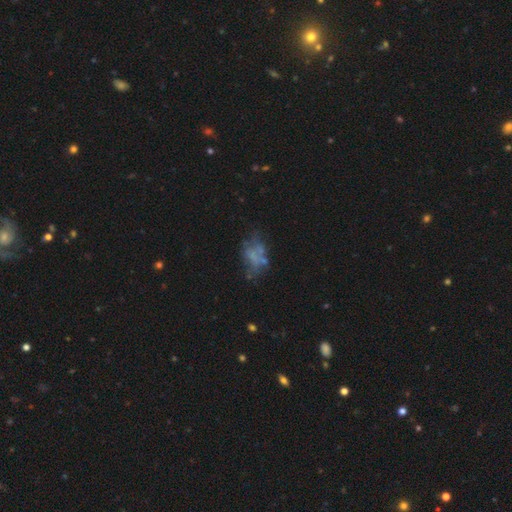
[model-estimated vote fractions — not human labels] Smooth or featured? featured or disk (50%)
Edge-on disk? no (97%)
Merging? none (39%)